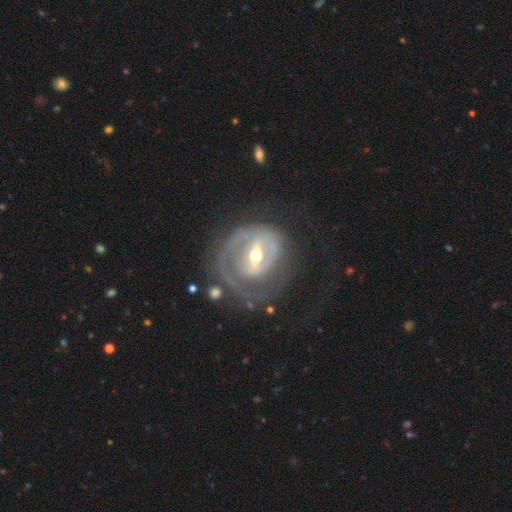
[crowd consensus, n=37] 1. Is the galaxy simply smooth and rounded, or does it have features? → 89% featured or disk, 11% smooth, 0% star or artifact.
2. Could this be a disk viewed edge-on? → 94% no, 6% yes.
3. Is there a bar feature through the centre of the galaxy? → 52% strong, 39% weak, 10% no.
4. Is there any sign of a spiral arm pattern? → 84% yes, 16% no.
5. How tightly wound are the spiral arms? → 73% tight, 15% medium, 12% loose.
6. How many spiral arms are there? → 35% 1 (tied), 35% 2 (tied), 31% can't tell, 0% 3, 0% 4, 0% more than 4.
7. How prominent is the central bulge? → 55% moderate, 39% small, 3% dominant, 3% large, 0% none.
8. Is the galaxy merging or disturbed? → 59% none, 19% minor disturbance, 16% major disturbance, 5% merger.